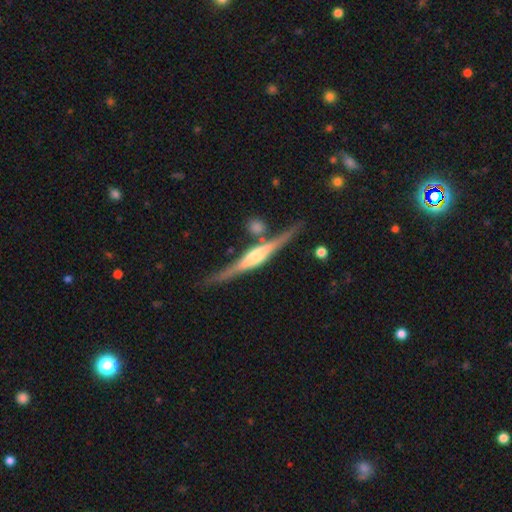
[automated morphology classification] Smooth or featured: featured or disk — 83% (smooth — 12%)
Edge-on disk: yes — 97% (no — 3%)
Edge-on bulge: rounded — 76% (boxy — 18%)
Merging: none — 78% (minor disturbance — 11%)